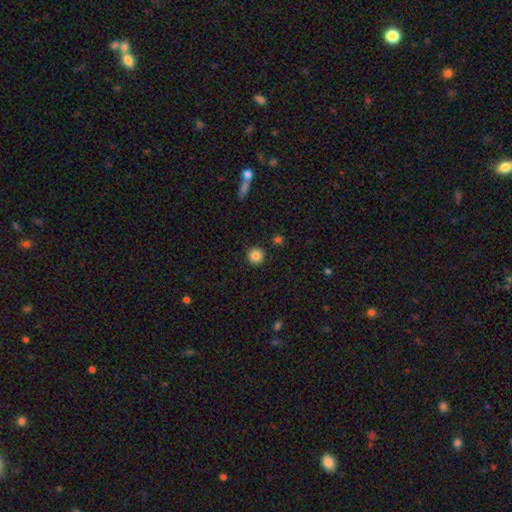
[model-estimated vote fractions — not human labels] Smooth or featured: smooth — 85% (star or artifact — 10%)
How rounded: round — 95% (in between — 4%)
Merging: none — 92% (minor disturbance — 5%)